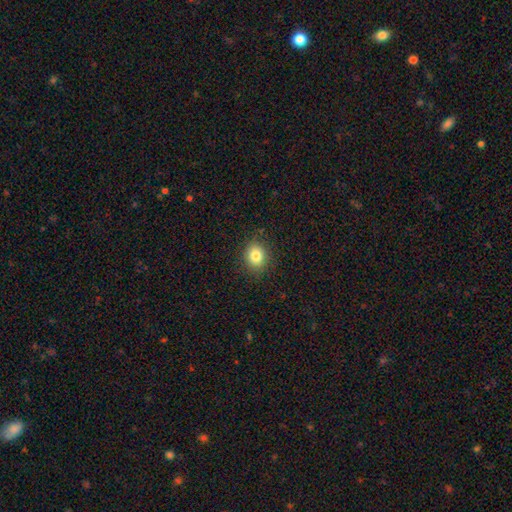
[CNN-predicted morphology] Overall: smooth (82%). How rounded: round (62%; in between 37%). Merging: none (87%).